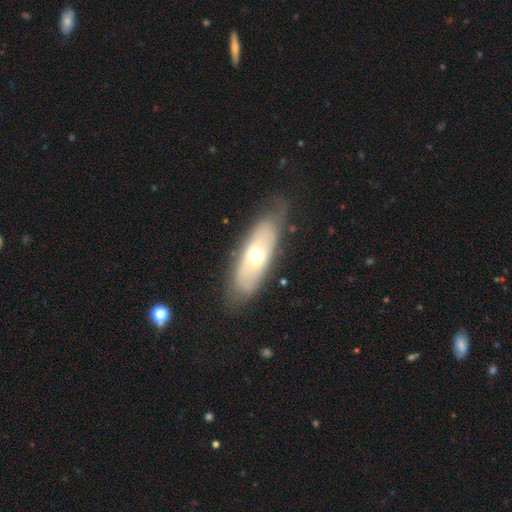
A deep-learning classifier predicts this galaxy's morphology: The model was most divided on "smooth or featured": featured or disk: 49%, smooth: 44%, star or artifact: 7%. More confident: merging — none (73%).